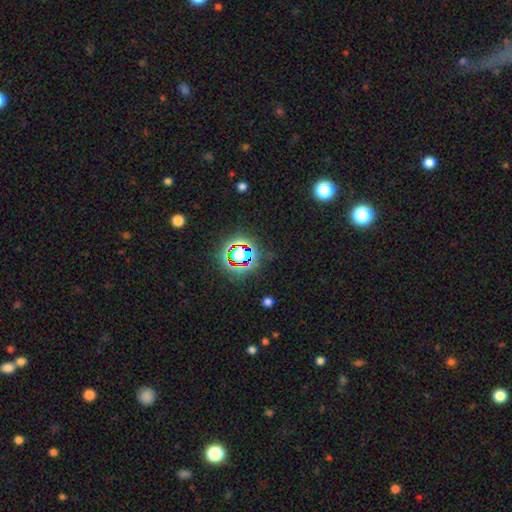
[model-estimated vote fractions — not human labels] This is likely a star or artifact rather than a galaxy (78%).